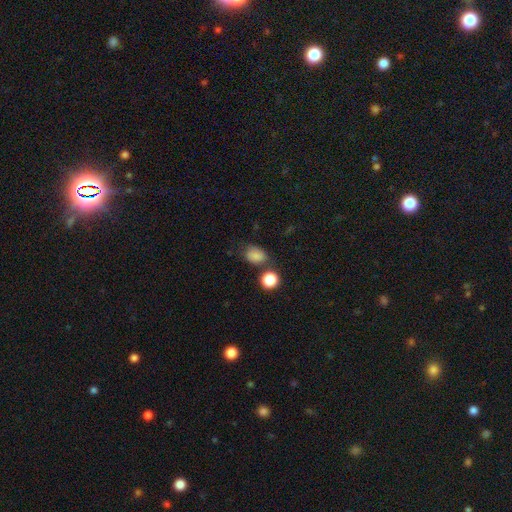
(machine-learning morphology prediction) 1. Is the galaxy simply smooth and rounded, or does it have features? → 81% smooth, 12% star or artifact, 7% featured or disk.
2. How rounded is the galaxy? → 66% in between, 33% round, 1% cigar-shaped.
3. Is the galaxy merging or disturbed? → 64% none, 19% minor disturbance, 10% merger, 6% major disturbance.